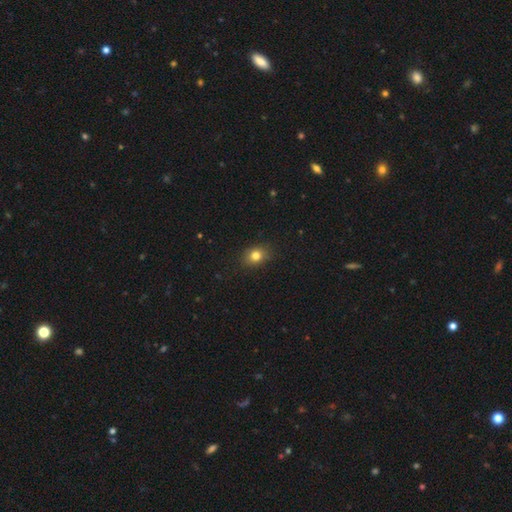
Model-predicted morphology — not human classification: smooth-or-featured: smooth: 80% | star or artifact: 12% | featured or disk: 8%
  how-rounded: round: 51% | in between: 48% | cigar-shaped: 1%
  merging: none: 85% | minor disturbance: 11% | major disturbance: 3% | merger: 1%